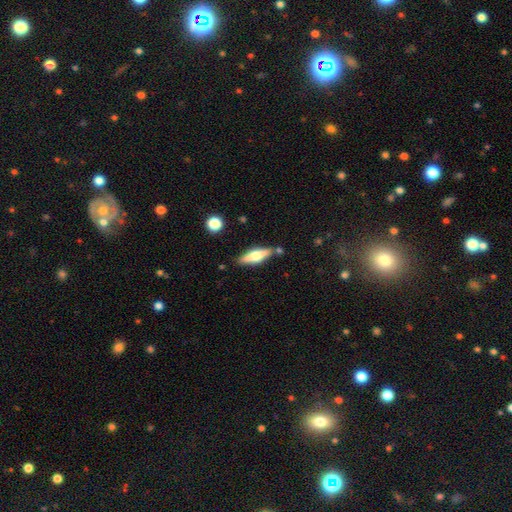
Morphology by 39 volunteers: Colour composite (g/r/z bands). It shows a featured or disk galaxy (51%) viewed edge-on (90%) with a rounded central bulge (100%). Merging: none (75%).